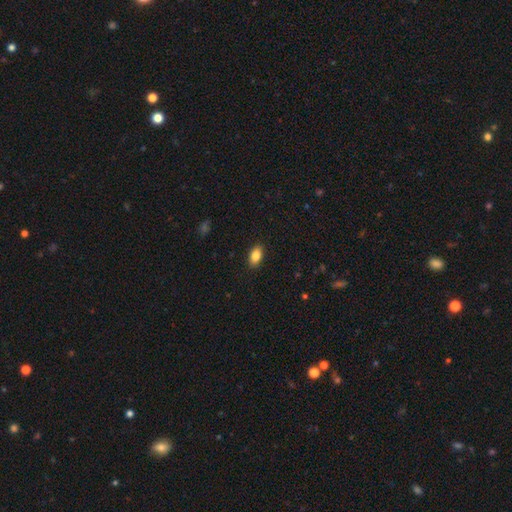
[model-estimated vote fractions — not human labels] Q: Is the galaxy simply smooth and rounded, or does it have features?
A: smooth — 85%.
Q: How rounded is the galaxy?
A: in between — 91%.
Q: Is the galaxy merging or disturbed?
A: none — 89%.